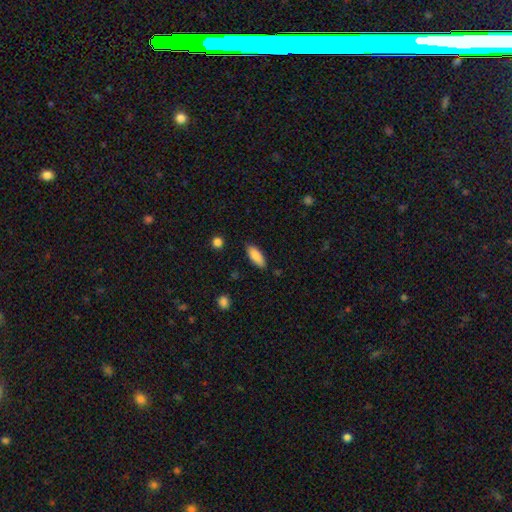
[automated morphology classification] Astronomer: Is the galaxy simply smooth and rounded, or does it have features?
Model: smooth — 87%.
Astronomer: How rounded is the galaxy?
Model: in between — 75%.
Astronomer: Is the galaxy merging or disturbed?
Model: none — 84%.